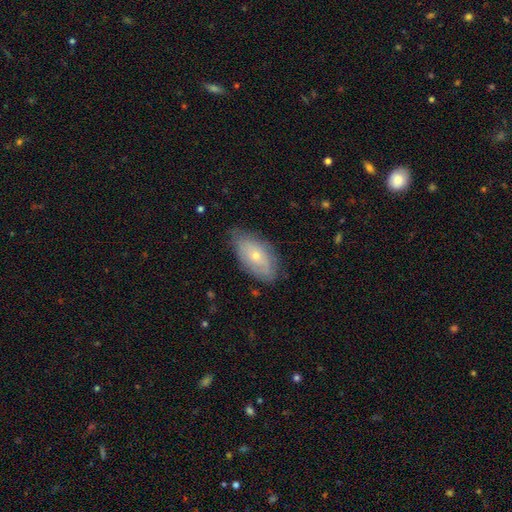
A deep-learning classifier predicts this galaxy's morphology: smooth-or-featured: smooth: 54% | featured or disk: 39% | star or artifact: 7%
  how-rounded: in between: 91% | round: 5% | cigar-shaped: 4%
  merging: none: 70% | minor disturbance: 24% | major disturbance: 5% | merger: 1%